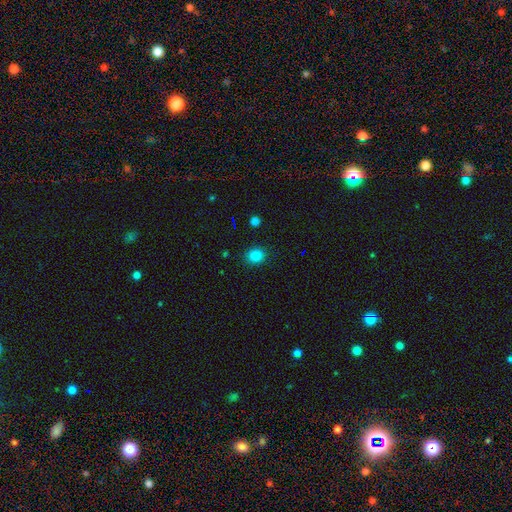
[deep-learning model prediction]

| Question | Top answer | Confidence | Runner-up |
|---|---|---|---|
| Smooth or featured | smooth | 83% | star or artifact (12%) |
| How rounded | round | 70% | in between (29%) |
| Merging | none | 89% | minor disturbance (8%) |